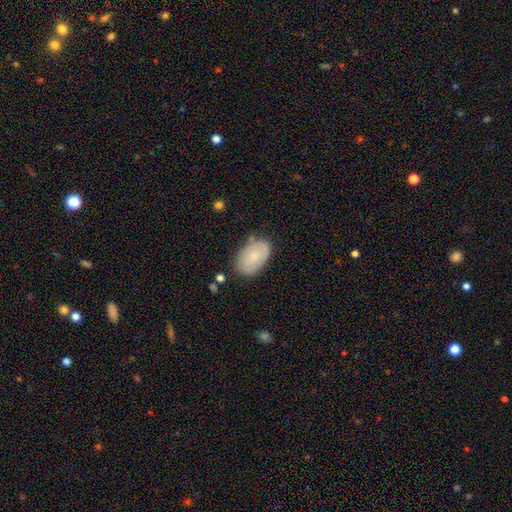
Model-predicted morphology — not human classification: Smooth or featured? Predicted: smooth (p=0.66). How rounded? Predicted: in between (p=0.91). Merging? Predicted: none (p=0.75).